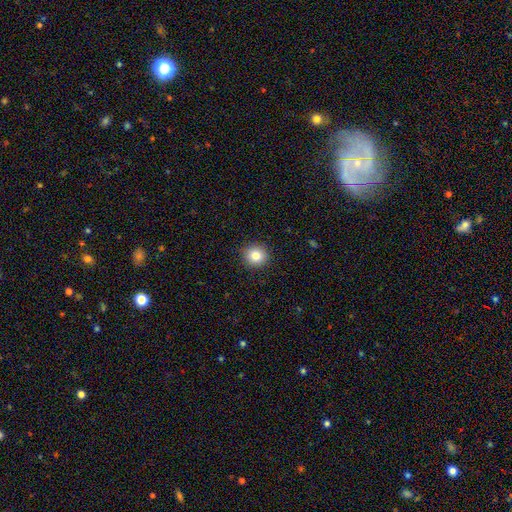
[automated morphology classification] A smooth galaxy with no disk features (82%) that is round (90%). Merging: none (91%).